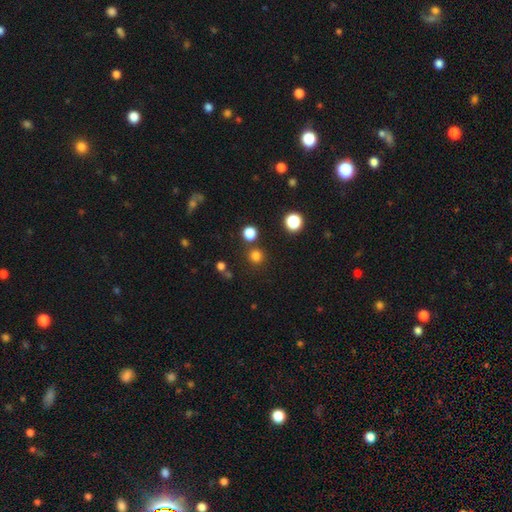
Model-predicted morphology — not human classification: This appears to be a smooth galaxy with no disk features (77%) that is round (94%). Merging: none (84%).